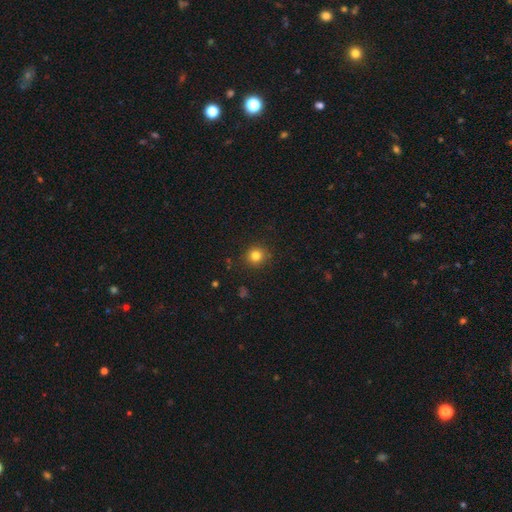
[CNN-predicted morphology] Smooth or featured: smooth — 82% (star or artifact — 12%)
How rounded: round — 92% (in between — 7%)
Merging: none — 90% (minor disturbance — 7%)